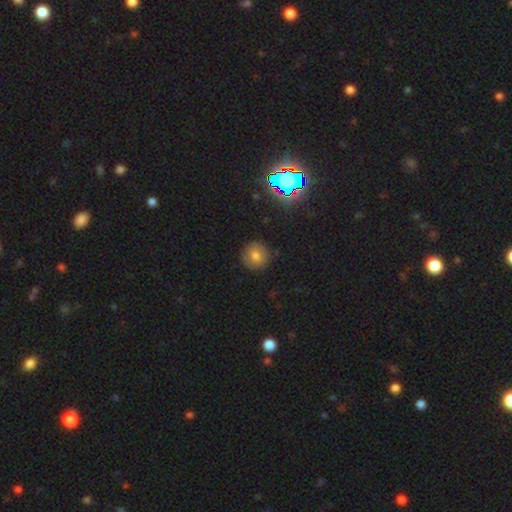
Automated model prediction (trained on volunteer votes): smooth-or-featured: smooth: 72% | star or artifact: 16% | featured or disk: 12%
  how-rounded: round: 92% | in between: 7% | cigar-shaped: 1%
  merging: none: 86% | minor disturbance: 10% | major disturbance: 3% | merger: 1%